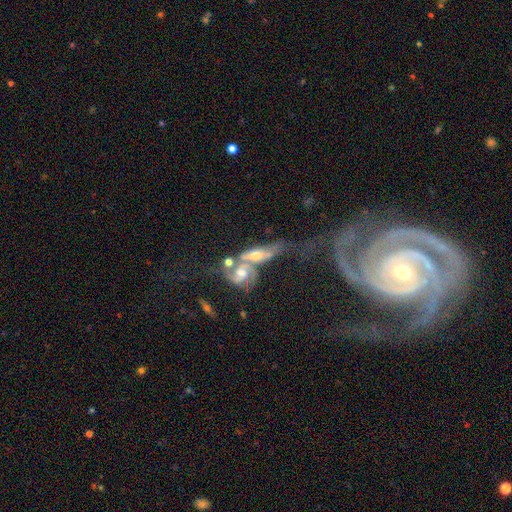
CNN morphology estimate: Smooth or featured: featured or disk — 72% (smooth — 19%)
Edge-on disk: no — 82% (yes — 18%)
Bar: no — 59% (weak — 30%)
Spiral arms: yes — 80% (no — 20%)
Bulge size: moderate — 62% (small — 25%)
Merging: merger — 65% (none — 14%)